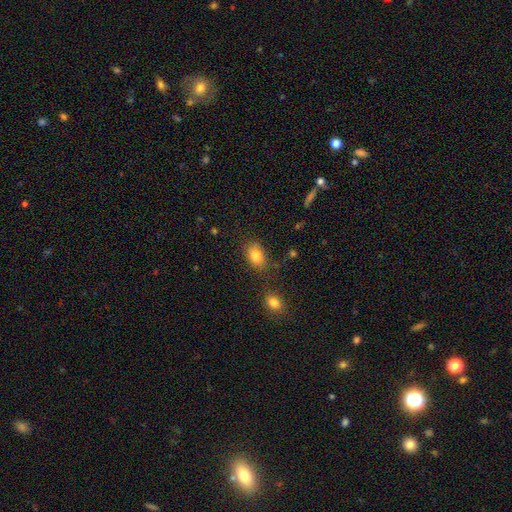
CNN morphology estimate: Smooth or featured: smooth — 82% (star or artifact — 10%)
How rounded: in between — 79% (round — 19%)
Merging: none — 76% (minor disturbance — 15%)